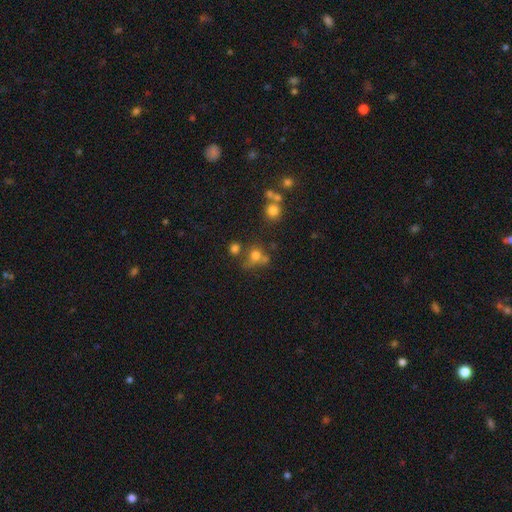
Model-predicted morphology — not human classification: smooth-or-featured: smooth: 68% | star or artifact: 19% | featured or disk: 13%
  how-rounded: round: 78% | in between: 20% | cigar-shaped: 1%
  merging: none: 48% | merger: 26% | minor disturbance: 15% | major disturbance: 11%